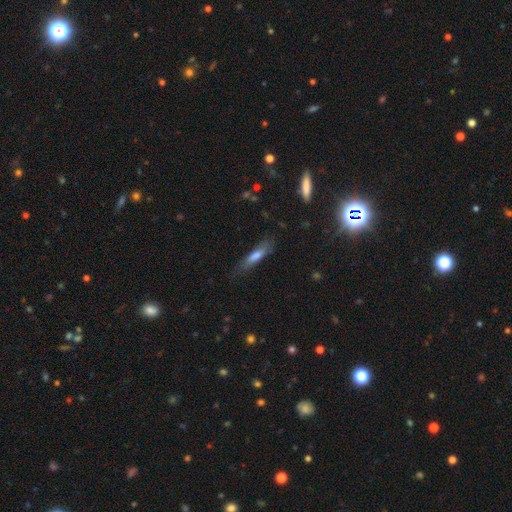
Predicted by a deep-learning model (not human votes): Overall: smooth (62%; featured or disk 30%). How rounded: cigar-shaped (79%). Merging: none (68%).